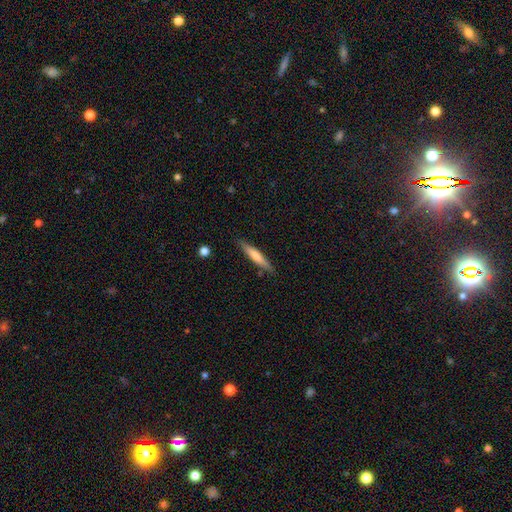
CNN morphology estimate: This appears to be a smooth galaxy with no disk features (68%) that is cigar-shaped (91%). Merging: none (86%).